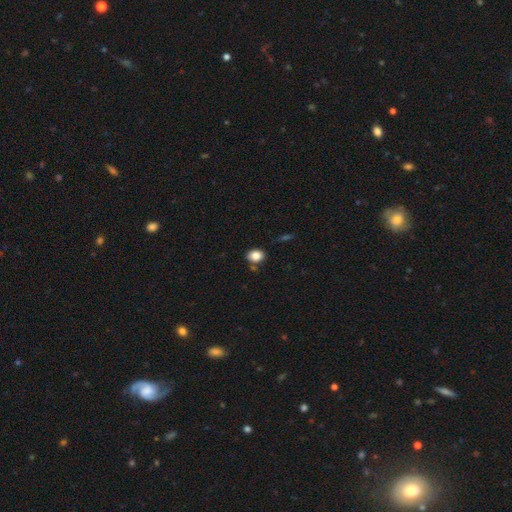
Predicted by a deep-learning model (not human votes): Overall: smooth (84%). How rounded: in between (59%; round 40%). Merging: none (79%).